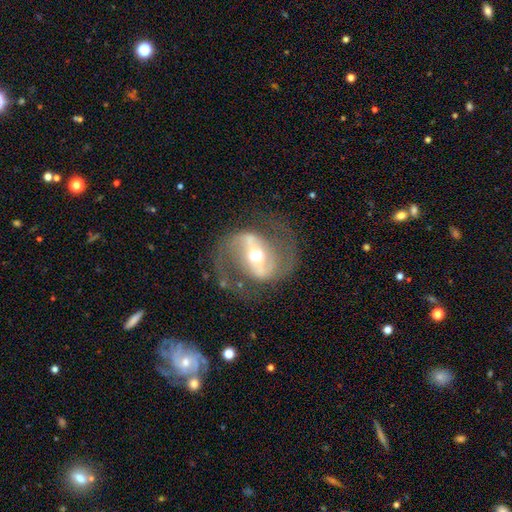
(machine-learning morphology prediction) A featured or disk galaxy (89%) with a strong bar (52%), 2 (93%) medium (58%) spiral arms (95%) and a moderate central bulge (68%). Merging: none (74%).